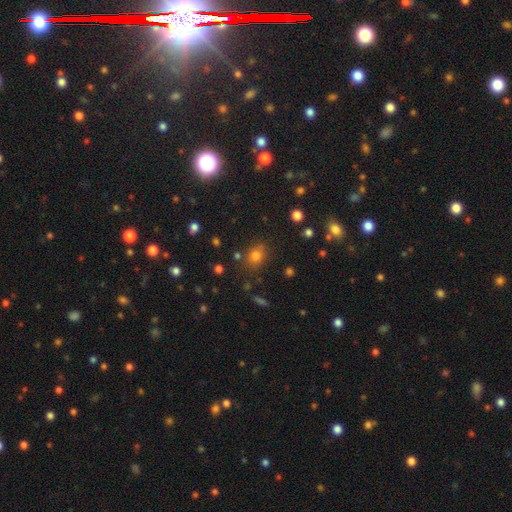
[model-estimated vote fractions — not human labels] Overall: smooth (74%). How rounded: round (60%; in between 38%). Merging: none (79%).